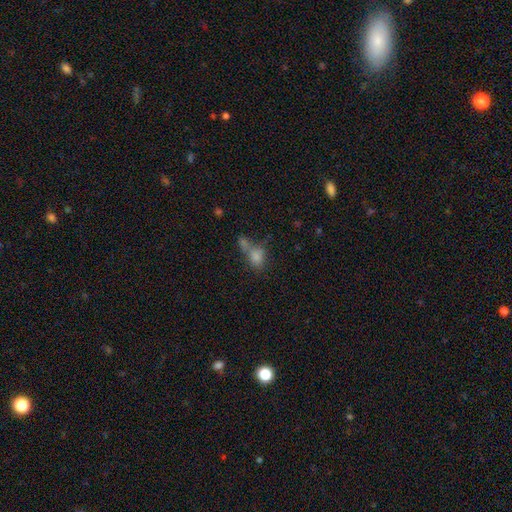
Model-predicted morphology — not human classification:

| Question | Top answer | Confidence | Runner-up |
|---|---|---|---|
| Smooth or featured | smooth | 71% | star or artifact (17%) |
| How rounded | in between | 56% | round (40%) |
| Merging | merger | 44% | none (35%) |